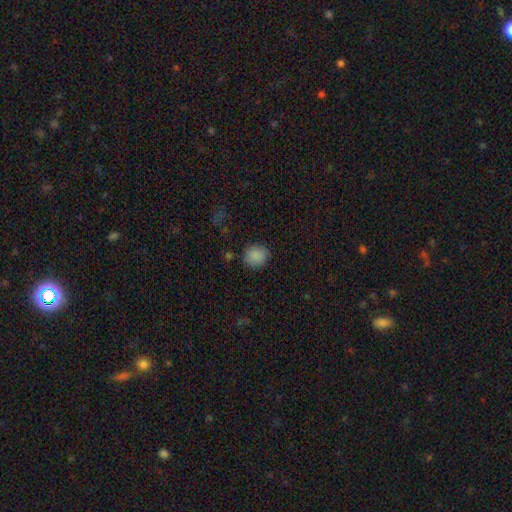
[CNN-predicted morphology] type=smooth (87%); roundness=round (73%); merging=none (84%).